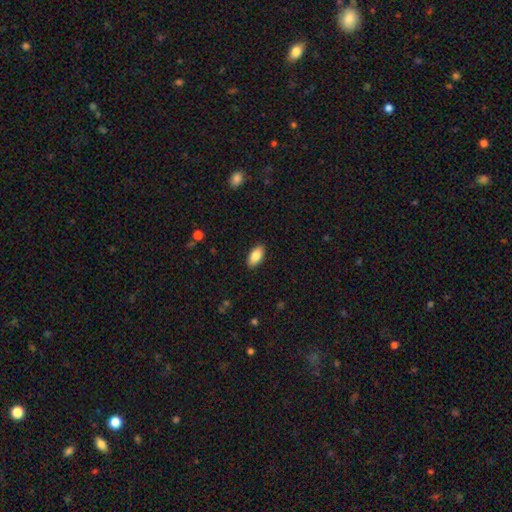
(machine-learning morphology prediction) Smooth or featured? smooth (86%)
How rounded? in between (92%)
Merging? none (89%)